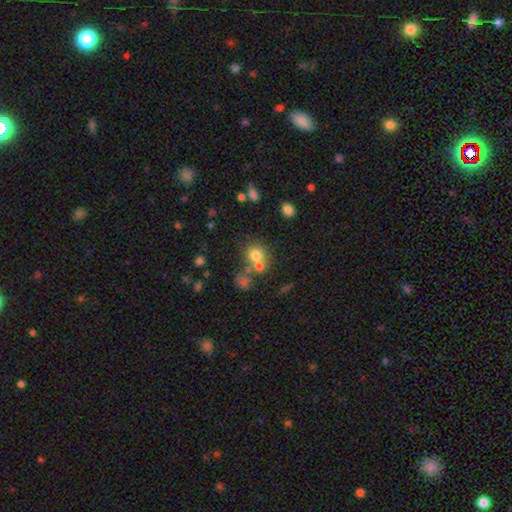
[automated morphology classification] This is likely a smooth galaxy (73%). How rounded: clearly round (80%). Merging: possibly none (46%).